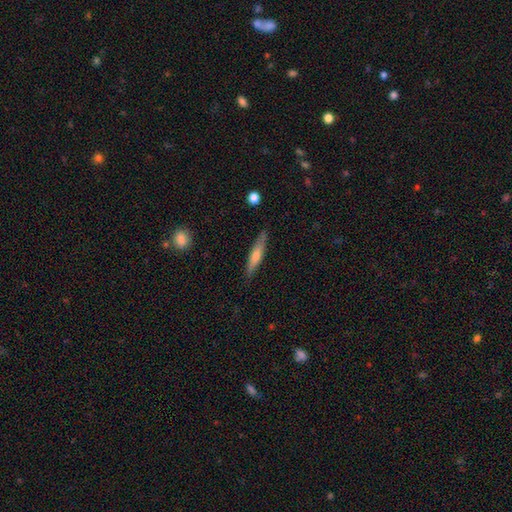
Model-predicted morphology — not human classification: The model was most divided on "smooth or featured": smooth: 53%, featured or disk: 41%, star or artifact: 6%. More confident: how rounded — cigar-shaped (89%); merging — none (87%).